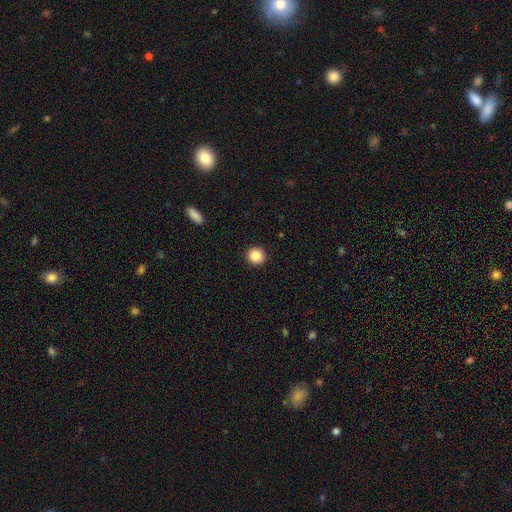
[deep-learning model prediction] smooth-or-featured: smooth: 86% | star or artifact: 9% | featured or disk: 4%
  how-rounded: round: 93% | in between: 6% | cigar-shaped: 1%
  merging: none: 93% | minor disturbance: 4% | major disturbance: 2% | merger: 1%